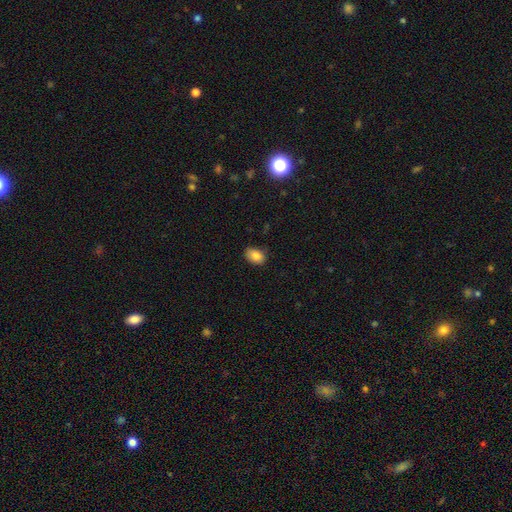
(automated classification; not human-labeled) A smooth galaxy with no disk features (85%) that is in between round and cigar-shaped (84%).

Vote fractions:
- Smooth or featured? smooth: 85% / star or artifact: 8% / featured or disk: 7%
- How rounded? in between: 84% / round: 15% / cigar-shaped: 1%
- Merging? none: 84% / minor disturbance: 13% / major disturbance: 2% / merger: 1%